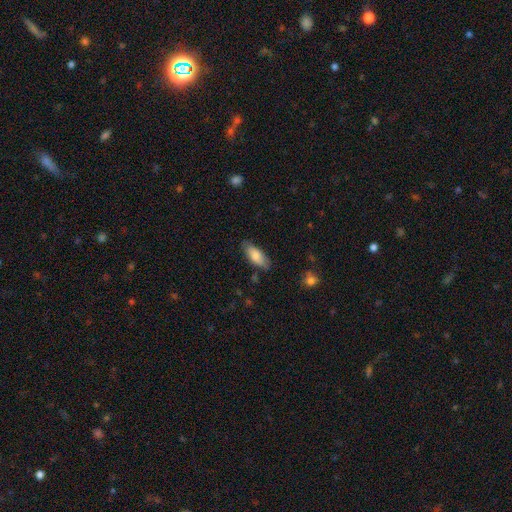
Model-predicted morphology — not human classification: smooth 79%, featured or disk 15%, star or artifact 6%. Down the decision tree: how rounded — in between (81%); merging — none (78%).